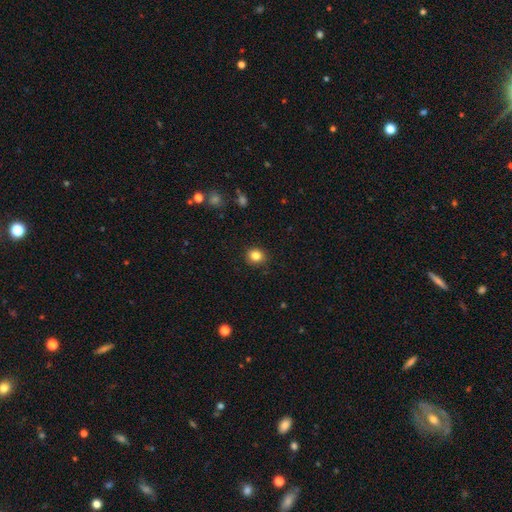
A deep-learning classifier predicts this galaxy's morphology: Smooth or featured: smooth — 84% (star or artifact — 11%)
How rounded: round — 79% (in between — 20%)
Merging: none — 89% (minor disturbance — 8%)